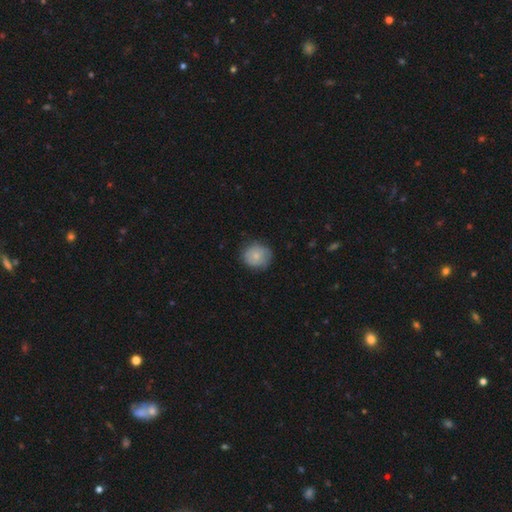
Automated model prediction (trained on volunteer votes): A smooth galaxy with no disk features (72%) that is round (86%). Merging: none (75%).